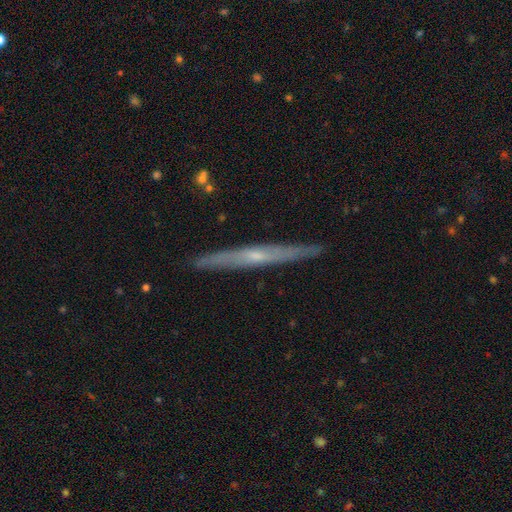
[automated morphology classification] Smooth or featured? featured or disk (71%)
Edge-on disk? yes (97%)
Edge-on bulge? rounded (54%)
Merging? none (90%)